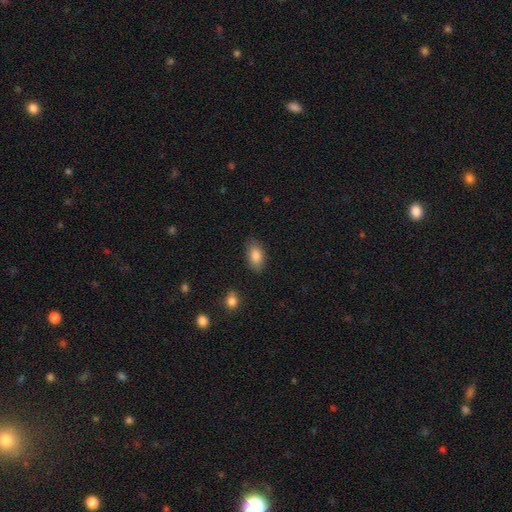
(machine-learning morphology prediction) smooth-or-featured: smooth: 85% | star or artifact: 7% | featured or disk: 7%
  how-rounded: in between: 91% | round: 7% | cigar-shaped: 2%
  merging: none: 83% | minor disturbance: 13% | major disturbance: 3% | merger: 1%